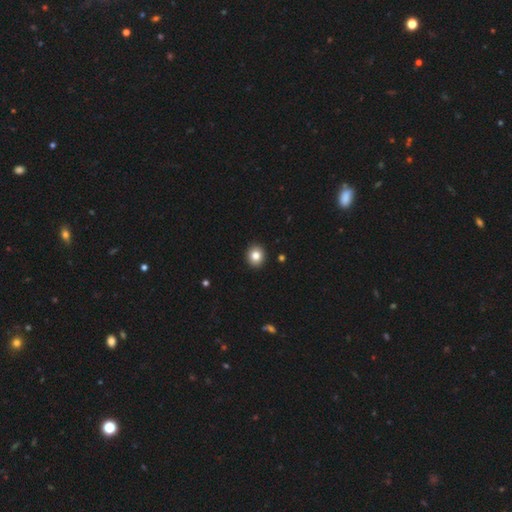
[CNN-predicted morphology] Q: Smooth or featured?
A: smooth (83%); runner-up: star or artifact (10%)
Q: How rounded?
A: round (77%); runner-up: in between (22%)
Q: Merging?
A: none (93%); runner-up: minor disturbance (5%)